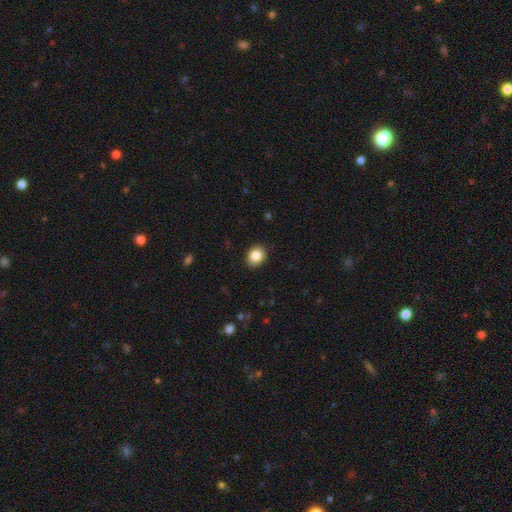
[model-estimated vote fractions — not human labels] A smooth galaxy with no disk features (85%) that is round (55%).

Vote fractions:
- Smooth or featured? smooth: 85% / star or artifact: 9% / featured or disk: 6%
- How rounded? round: 55% / in between: 44% / cigar-shaped: 1%
- Merging? none: 89% / minor disturbance: 8% / major disturbance: 2% / merger: 1%